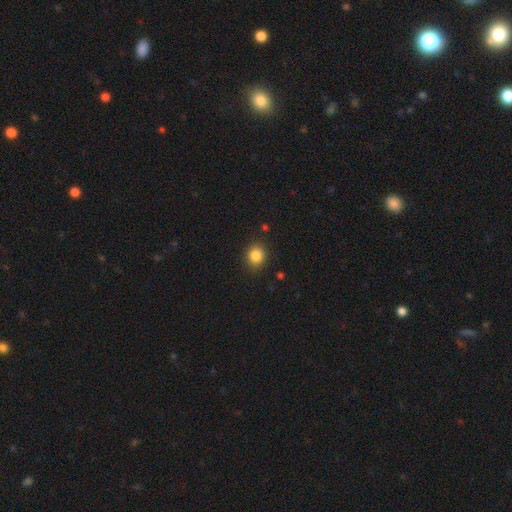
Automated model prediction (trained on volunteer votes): smooth-or-featured: smooth: 85% | star or artifact: 11% | featured or disk: 4%
  how-rounded: round: 80% | in between: 19% | cigar-shaped: 1%
  merging: none: 87% | minor disturbance: 9% | major disturbance: 2% | merger: 1%